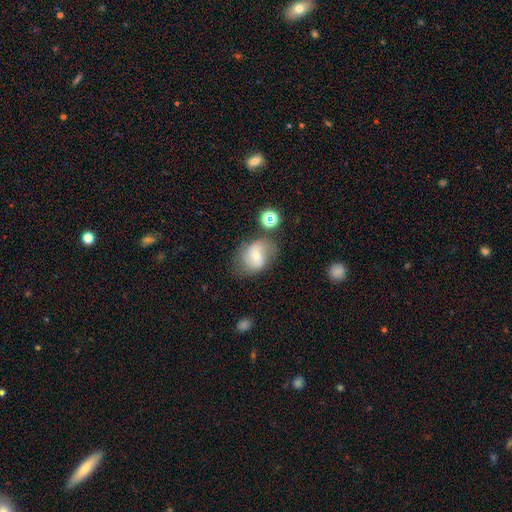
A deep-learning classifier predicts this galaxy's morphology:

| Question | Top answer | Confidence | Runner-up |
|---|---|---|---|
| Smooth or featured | smooth | 55% | featured or disk (33%) |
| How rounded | in between | 59% | round (40%) |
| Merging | none | 53% | minor disturbance (26%) |